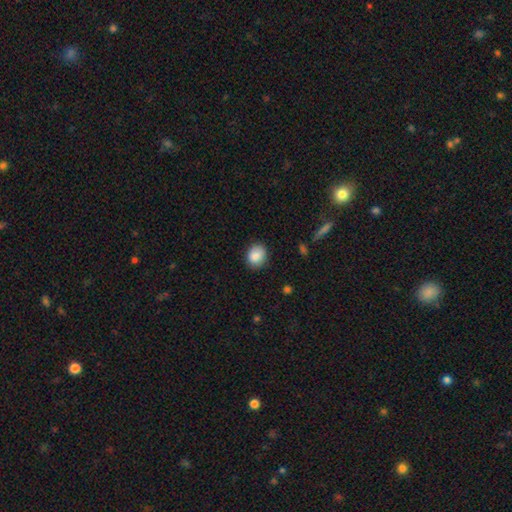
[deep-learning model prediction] smooth-or-featured: smooth: 87% | star or artifact: 8% | featured or disk: 5%
  how-rounded: round: 65% | in between: 34% | cigar-shaped: 1%
  merging: none: 83% | minor disturbance: 13% | major disturbance: 3% | merger: 1%